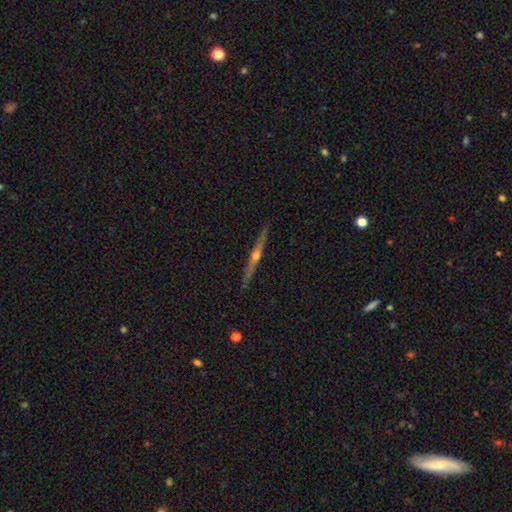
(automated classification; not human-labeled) Smooth or featured: featured or disk — 80% (smooth — 13%)
Edge-on disk: yes — 98% (no — 2%)
Edge-on bulge: rounded — 93% (none — 5%)
Merging: none — 91% (minor disturbance — 6%)